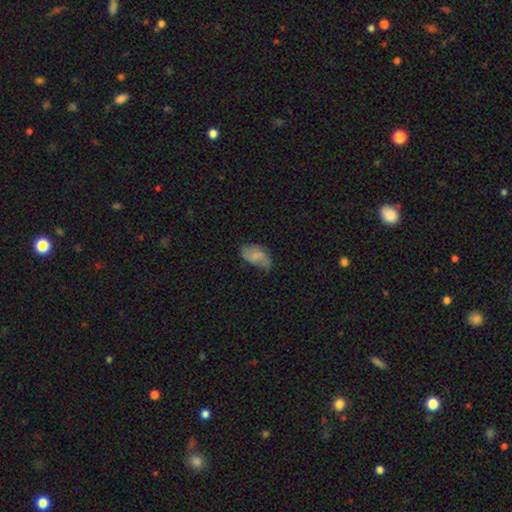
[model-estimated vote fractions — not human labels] smooth-or-featured: smooth: 64% | featured or disk: 27% | star or artifact: 8%
  how-rounded: in between: 93% | round: 5% | cigar-shaped: 2%
  merging: none: 51% | minor disturbance: 35% | major disturbance: 12% | merger: 2%